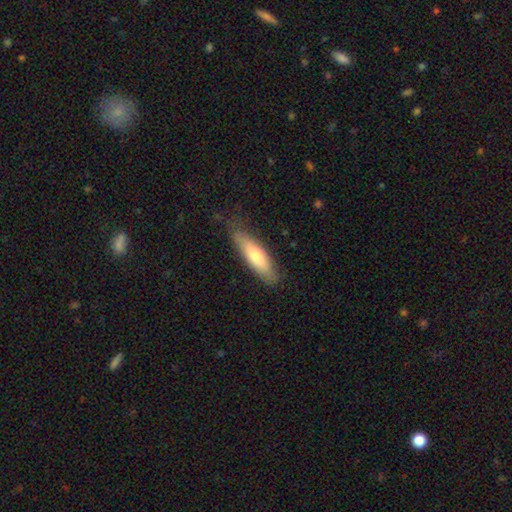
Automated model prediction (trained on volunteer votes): Smooth or featured? Predicted: smooth (p=0.69). How rounded? Predicted: cigar-shaped (p=0.67). Merging? Predicted: none (p=0.79).